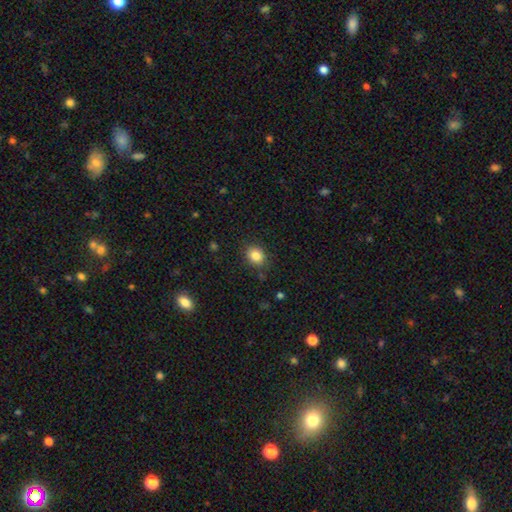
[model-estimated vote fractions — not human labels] Overall: smooth (84%). How rounded: round (61%; in between 38%). Merging: none (85%).